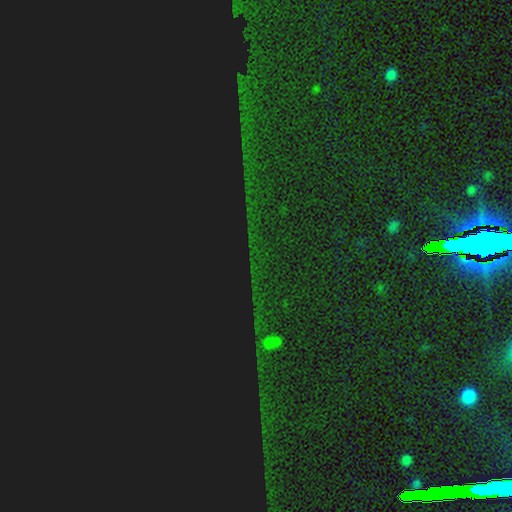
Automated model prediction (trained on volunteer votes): Smooth or featured: star or artifact — 87% (smooth — 6%)